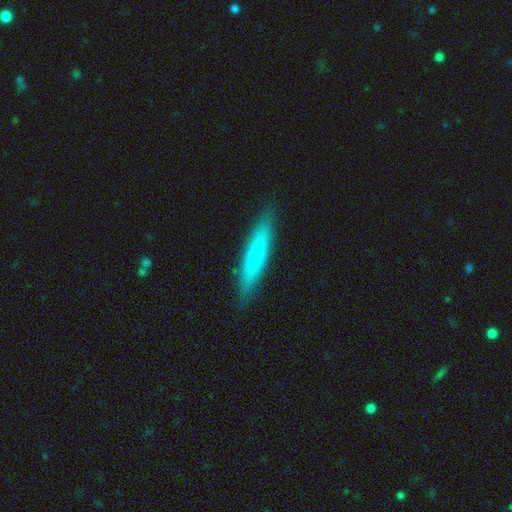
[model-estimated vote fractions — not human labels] Morphology: type=smooth (48%); merging=none (90%).